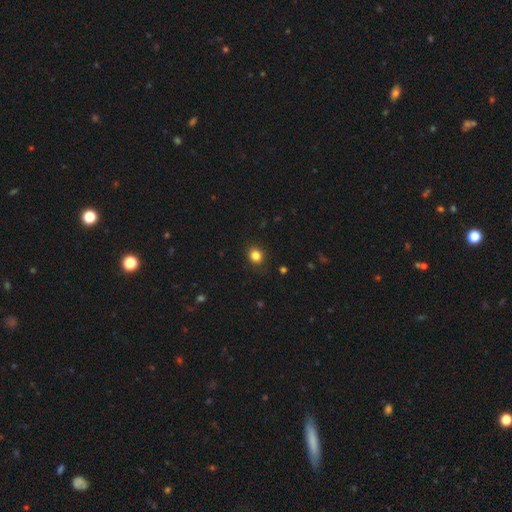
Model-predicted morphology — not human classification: The model was most divided on "how rounded": round: 75%, in between: 25%, cigar-shaped: 1%. More confident: merging — none (88%); smooth or featured — smooth (84%).